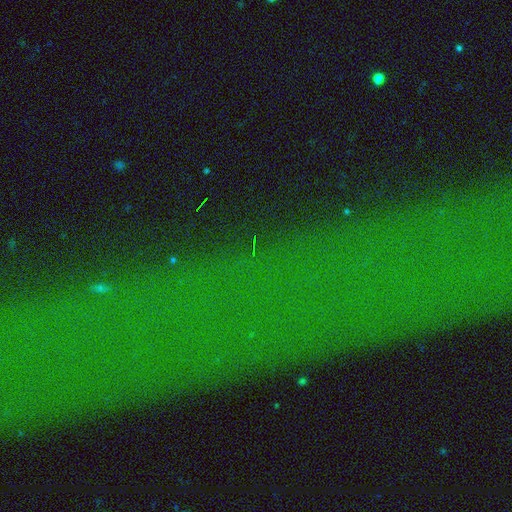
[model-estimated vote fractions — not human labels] Smooth or featured?
  - star or artifact: 77% *
  - featured or disk: 12%
  - smooth: 11%